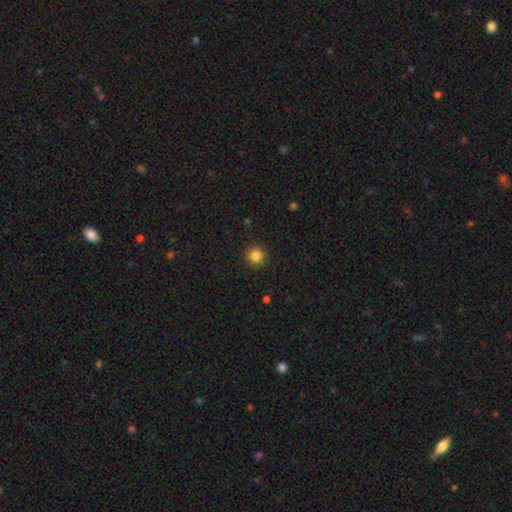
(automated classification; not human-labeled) Q: Smooth or featured?
A: smooth (84%); runner-up: star or artifact (11%)
Q: How rounded?
A: round (95%); runner-up: in between (4%)
Q: Merging?
A: none (91%); runner-up: minor disturbance (6%)